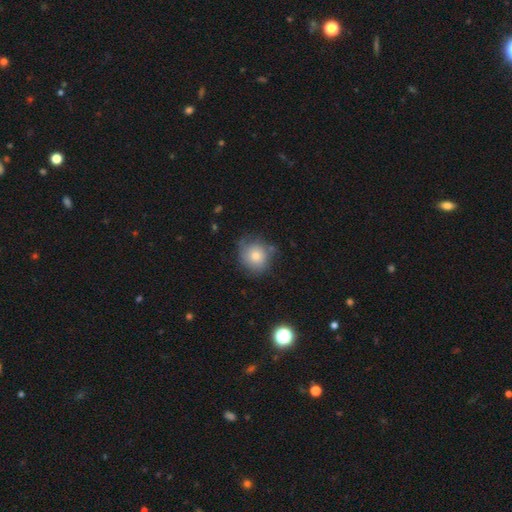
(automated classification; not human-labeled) The model was most divided on "merging": none: 60%, minor disturbance: 28%, major disturbance: 9%, merger: 3%. More confident: how rounded — round (81%); smooth or featured — smooth (73%).